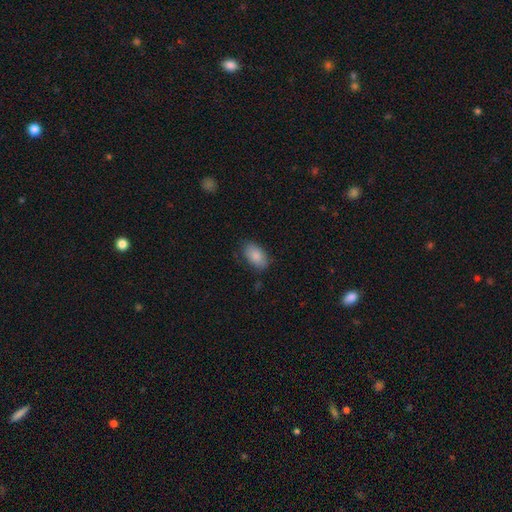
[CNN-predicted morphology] smooth-or-featured: smooth: 86% | star or artifact: 7% | featured or disk: 7%
  how-rounded: in between: 93% | round: 6% | cigar-shaped: 2%
  merging: none: 78% | minor disturbance: 17% | major disturbance: 4% | merger: 1%